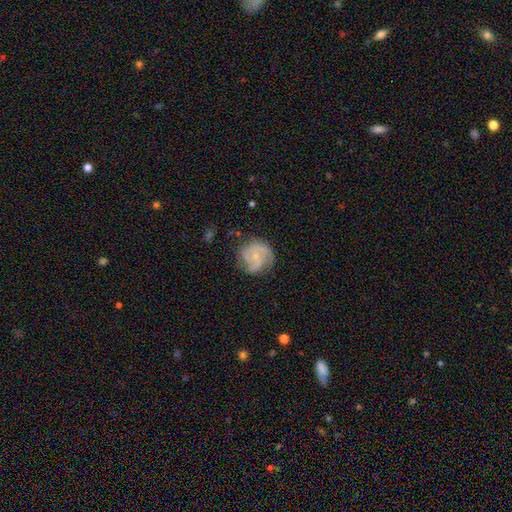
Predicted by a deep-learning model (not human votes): Smooth or featured? featured or disk (74%)
Edge-on disk? no (98%)
Bar? no (63%)
Spiral arms? yes (93%)
Spiral winding? medium (47%)
Spiral arm count? 2 (47%)
Bulge size? small (73%)
Merging? none (69%)